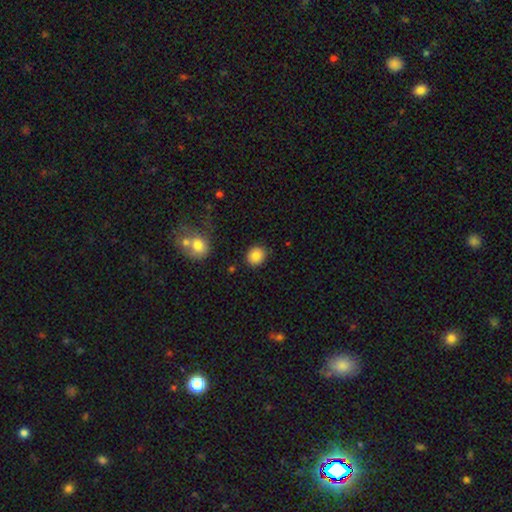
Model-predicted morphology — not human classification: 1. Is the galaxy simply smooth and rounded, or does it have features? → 86% smooth, 9% star or artifact, 5% featured or disk.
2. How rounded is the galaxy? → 78% round, 21% in between, 1% cigar-shaped.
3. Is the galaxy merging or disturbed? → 87% none, 8% minor disturbance, 3% merger, 2% major disturbance.